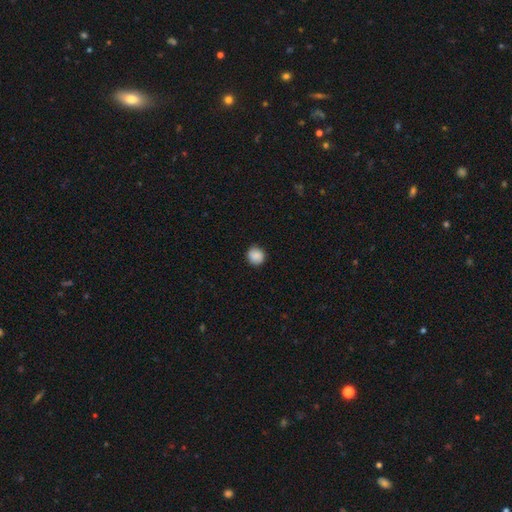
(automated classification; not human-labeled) smooth 88%, star or artifact 8%, featured or disk 4%. Down the decision tree: how rounded — round (90%); merging — none (88%).